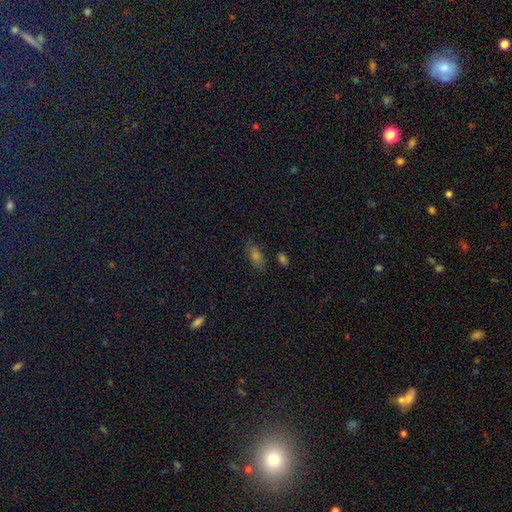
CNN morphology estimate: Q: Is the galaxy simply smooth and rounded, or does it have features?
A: smooth — 59%.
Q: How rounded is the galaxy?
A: in between — 79%.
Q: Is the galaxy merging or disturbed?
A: none — 80%.